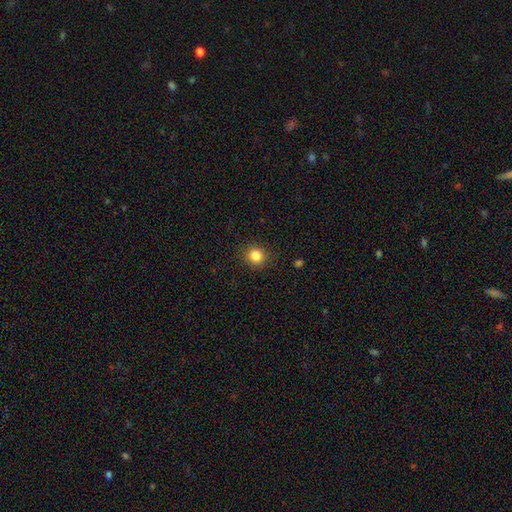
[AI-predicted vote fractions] smooth_or_featured: smooth (p=0.84) [alt: star or artifact p=0.12]
how_rounded: round (p=0.89) [alt: in between p=0.10]
merging: none (p=0.90) [alt: minor disturbance p=0.07]